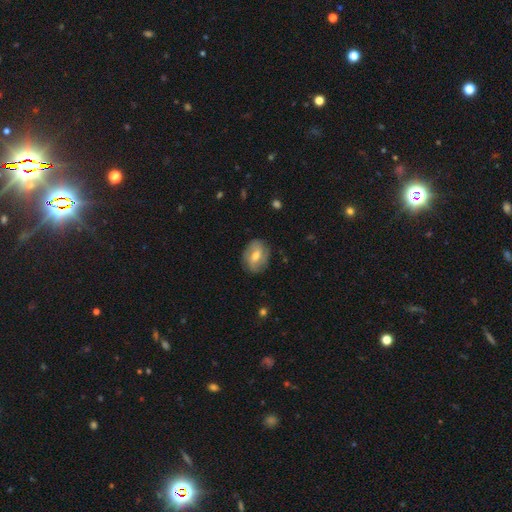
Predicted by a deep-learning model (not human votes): smooth_or_featured: featured or disk (p=0.48) [alt: smooth p=0.45]
merging: none (p=0.79) [alt: minor disturbance p=0.16]